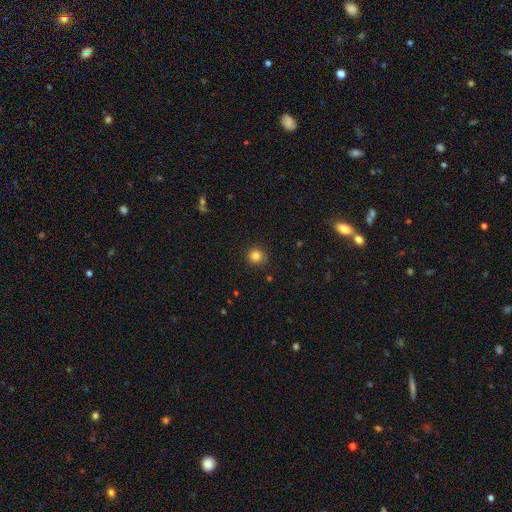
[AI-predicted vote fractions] Morphology: type=smooth (83%); roundness=round (92%); merging=none (86%).